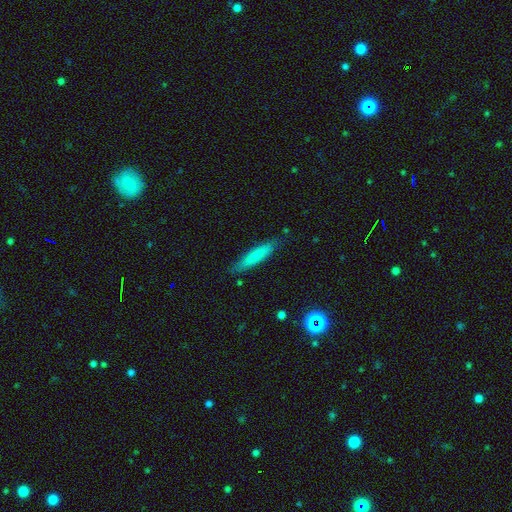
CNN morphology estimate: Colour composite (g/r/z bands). It shows a smooth galaxy with no disk features (75%) that is cigar-shaped (88%). Merging: none (83%).